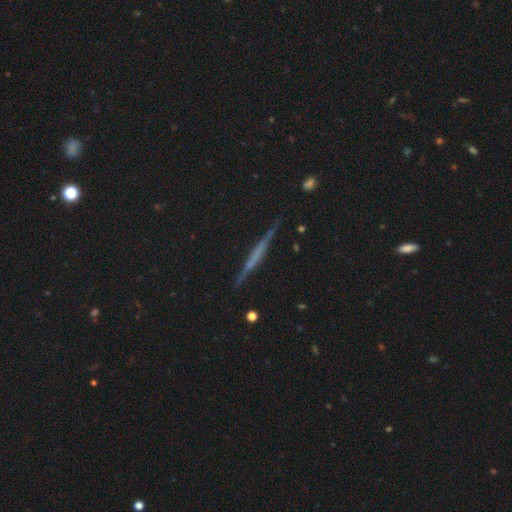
Q: Smooth or featured?
A: featured or disk (74%); runner-up: smooth (23%)
Q: Edge-on disk?
A: yes (97%); runner-up: no (3%)
Q: Edge-on bulge?
A: boxy (64%); runner-up: none (32%)
Q: Merging?
A: none (95%); runner-up: minor disturbance (5%)